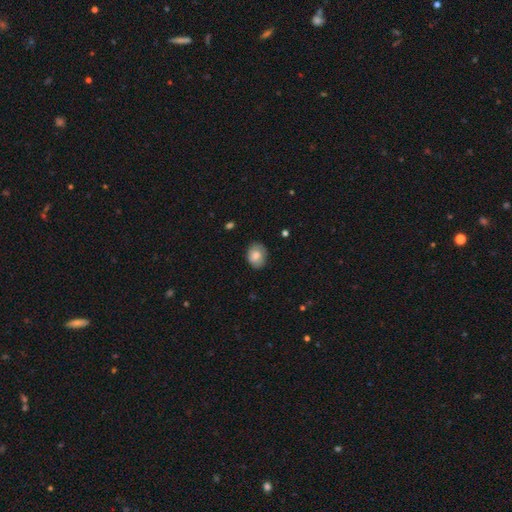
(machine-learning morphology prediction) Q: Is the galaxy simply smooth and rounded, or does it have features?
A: smooth — 77%.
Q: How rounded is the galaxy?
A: in between — 62%.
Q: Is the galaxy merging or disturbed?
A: none — 77%.